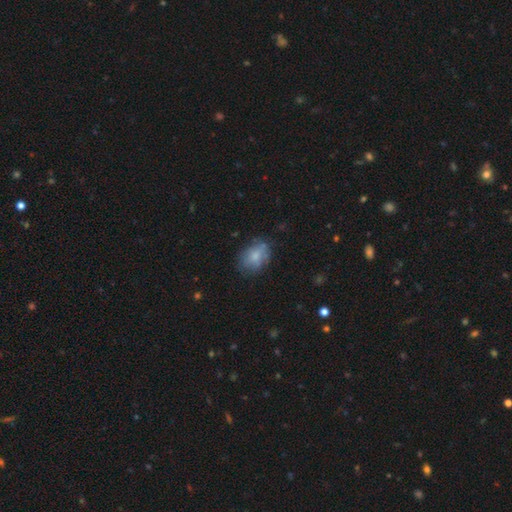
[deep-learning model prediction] Smooth or featured?
  - smooth: 68% *
  - featured or disk: 23%
  - star or artifact: 9%
How rounded?
  - in between: 74% *
  - round: 24%
  - cigar-shaped: 1%
Merging?
  - none: 63% *
  - minor disturbance: 24%
  - major disturbance: 10%
  - merger: 3%